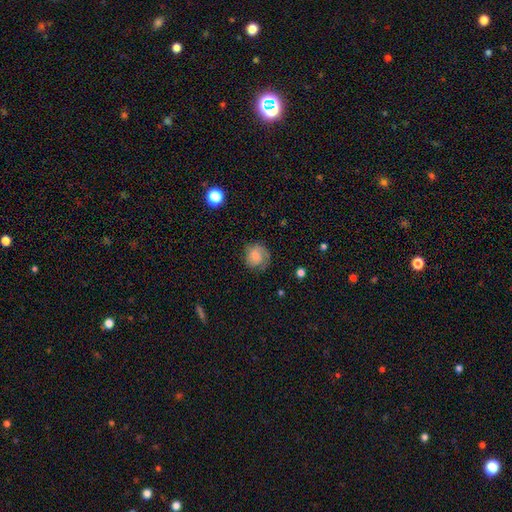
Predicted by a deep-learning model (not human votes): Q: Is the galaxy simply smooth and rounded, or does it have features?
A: smooth — 59%.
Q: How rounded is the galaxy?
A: round — 83%.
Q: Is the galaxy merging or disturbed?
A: none — 68%.